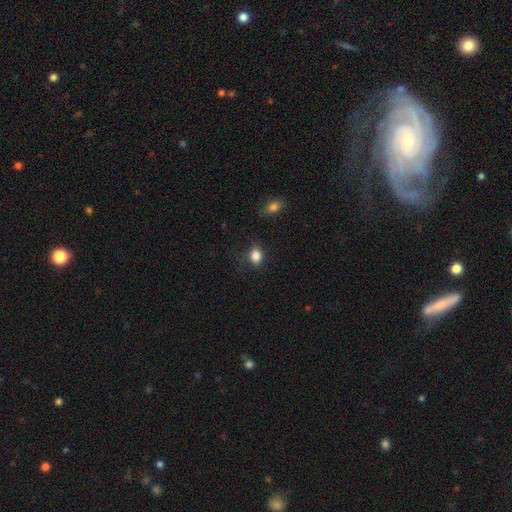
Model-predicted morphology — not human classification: type=smooth (85%); roundness=in between (59%); merging=none (78%).